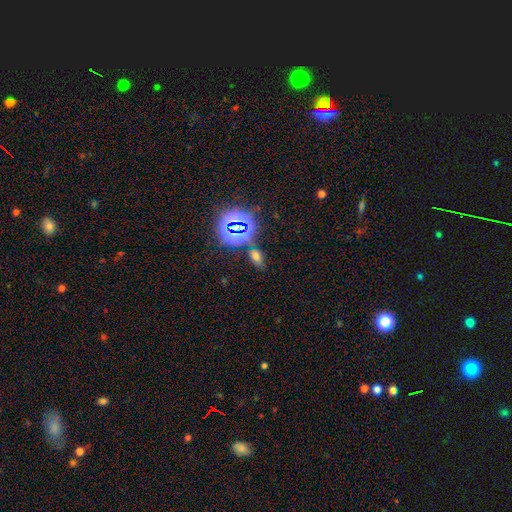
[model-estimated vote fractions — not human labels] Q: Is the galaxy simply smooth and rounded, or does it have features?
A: smooth — 52%.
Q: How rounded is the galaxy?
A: in between — 83%.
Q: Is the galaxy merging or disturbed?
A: none — 74%.